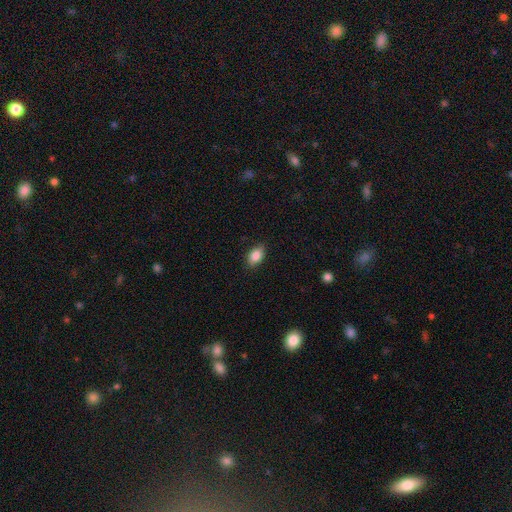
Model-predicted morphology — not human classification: smooth 87%, star or artifact 7%, featured or disk 6%. Down the decision tree: how rounded — in between (89%); merging — none (86%).